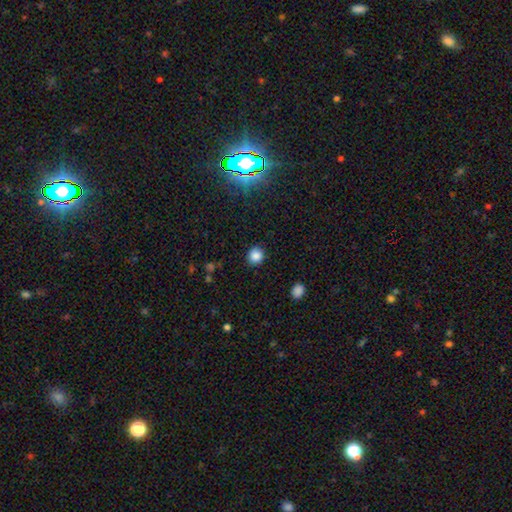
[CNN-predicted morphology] Smooth or featured: smooth — 86% (star or artifact — 11%)
How rounded: round — 87% (in between — 12%)
Merging: none — 89% (minor disturbance — 7%)